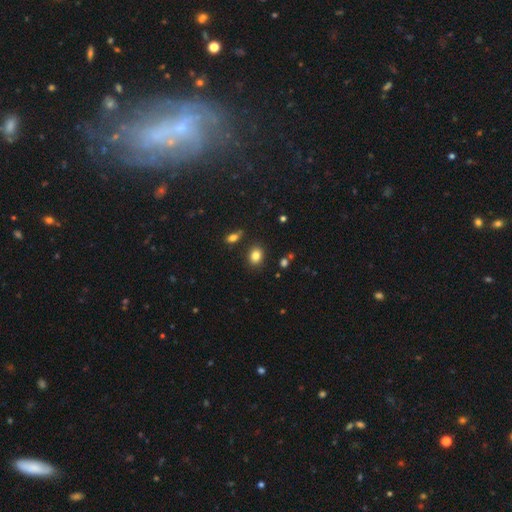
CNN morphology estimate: Smooth or featured? Predicted: smooth (p=0.83). How rounded? Predicted: in between (p=0.51). Merging? Predicted: none (p=0.86).